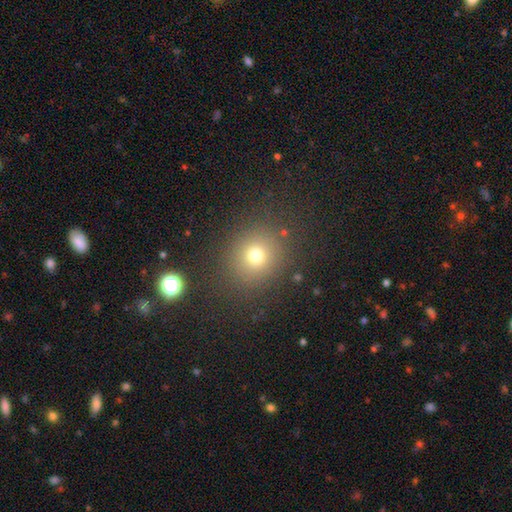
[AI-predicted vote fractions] Q: Smooth or featured?
A: smooth (72%); runner-up: star or artifact (19%)
Q: How rounded?
A: round (81%); runner-up: in between (18%)
Q: Merging?
A: none (84%); runner-up: minor disturbance (9%)